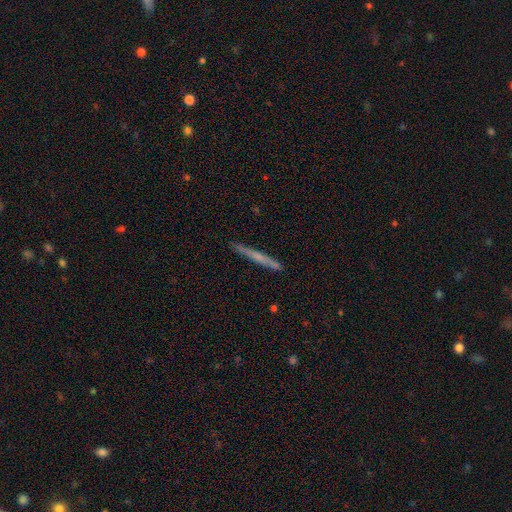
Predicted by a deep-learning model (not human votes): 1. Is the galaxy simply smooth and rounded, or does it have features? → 47% smooth, 46% featured or disk, 6% star or artifact.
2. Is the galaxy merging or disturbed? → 88% none, 9% minor disturbance, 2% major disturbance, 2% merger.